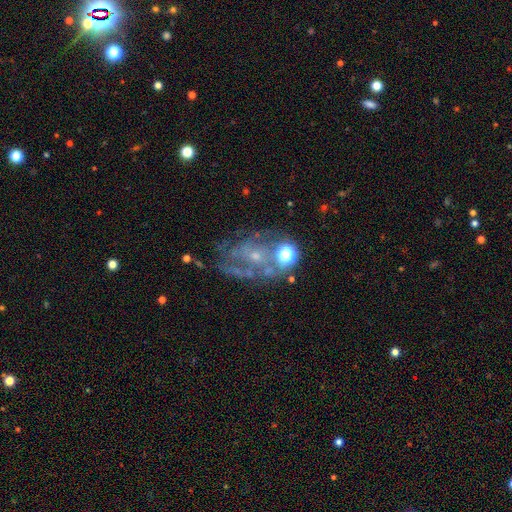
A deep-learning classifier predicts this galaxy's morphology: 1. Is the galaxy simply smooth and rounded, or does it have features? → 66% featured or disk, 17% smooth, 17% star or artifact.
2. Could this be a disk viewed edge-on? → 97% no, 3% yes.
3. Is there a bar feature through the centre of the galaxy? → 72% no, 22% weak, 6% strong.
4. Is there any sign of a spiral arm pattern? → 62% yes, 38% no.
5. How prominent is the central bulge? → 62% small, 25% moderate, 10% none, 2% large, 1% dominant.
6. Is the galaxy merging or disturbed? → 46% none, 24% major disturbance, 19% minor disturbance, 10% merger.